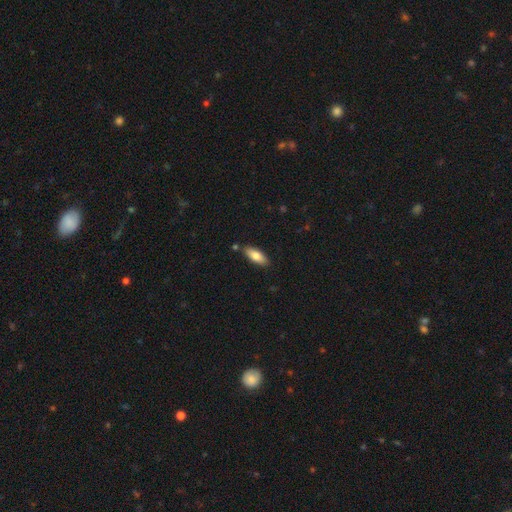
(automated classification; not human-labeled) smooth 79%, featured or disk 15%, star or artifact 6%. Down the decision tree: how rounded — in between (76%); merging — none (83%).